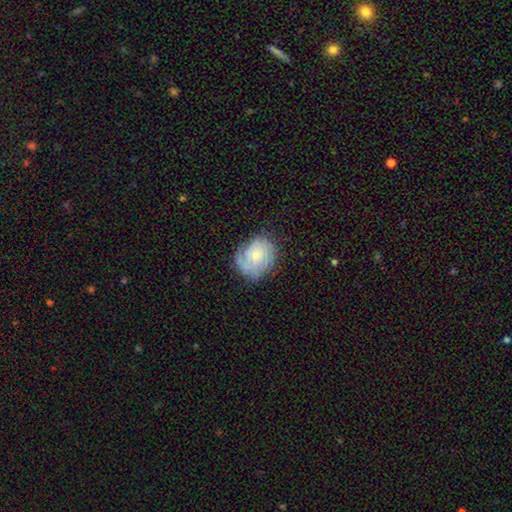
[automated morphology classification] A featured or disk galaxy (59%) with no bar (80%), spiral arms (86%) and a small central bulge (54%). Merging: none (62%).